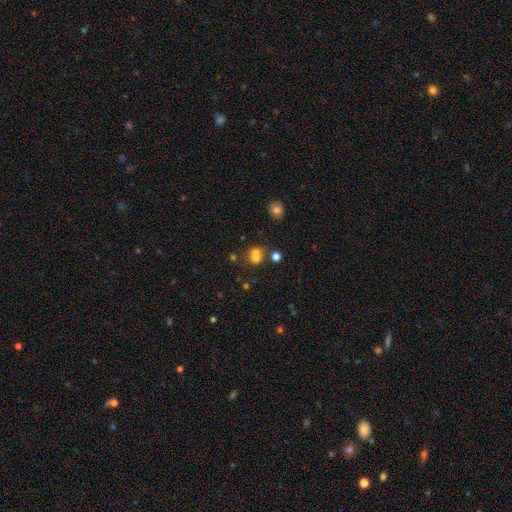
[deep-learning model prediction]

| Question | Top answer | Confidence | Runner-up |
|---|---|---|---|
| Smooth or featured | smooth | 68% | star or artifact (17%) |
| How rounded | round | 75% | in between (24%) |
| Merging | merger | 52% | none (36%) |